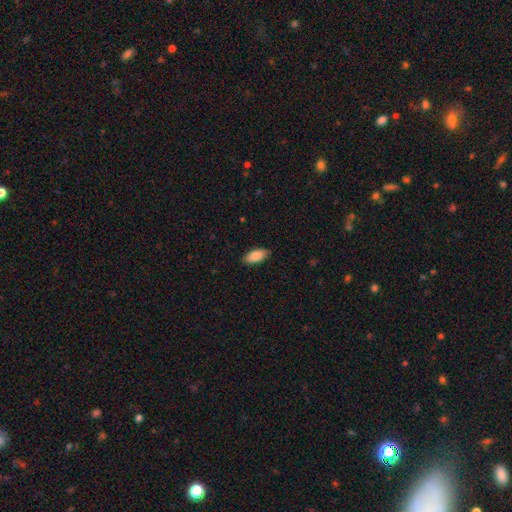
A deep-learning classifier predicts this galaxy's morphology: smooth-or-featured: smooth: 89% | star or artifact: 6% | featured or disk: 5%
  how-rounded: in between: 90% | cigar-shaped: 8% | round: 2%
  merging: none: 87% | minor disturbance: 10% | major disturbance: 2% | merger: 1%